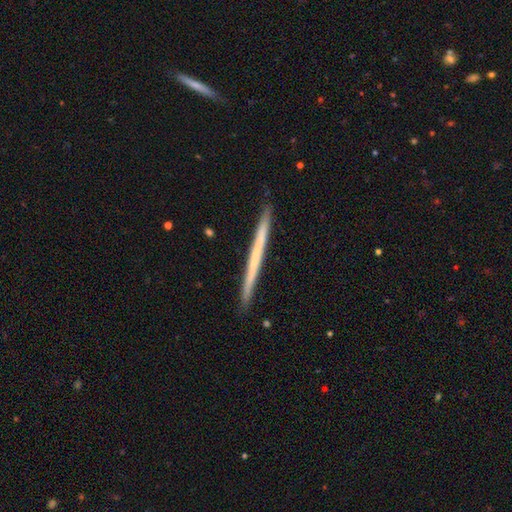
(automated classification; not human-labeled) Smooth or featured? featured or disk (51%)
Edge-on disk? yes (98%)
Merging? none (92%)